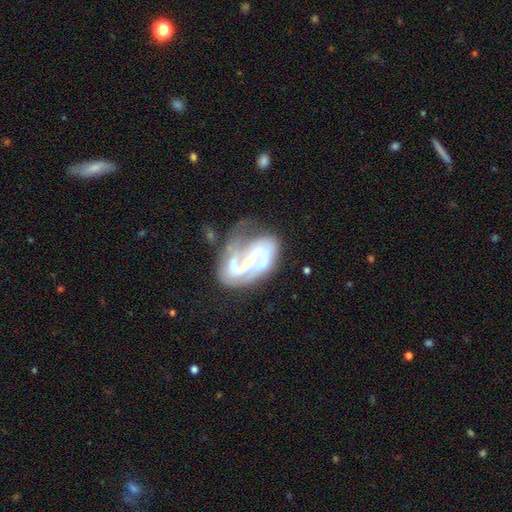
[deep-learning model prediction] Morphology: type=featured or disk (76%); edge-on=no (96%); bar=no (36%); spiral arms=yes (80%); winding=medium (40%); arm count=2 (49%); bulge=small (45%); merging=none (36%).